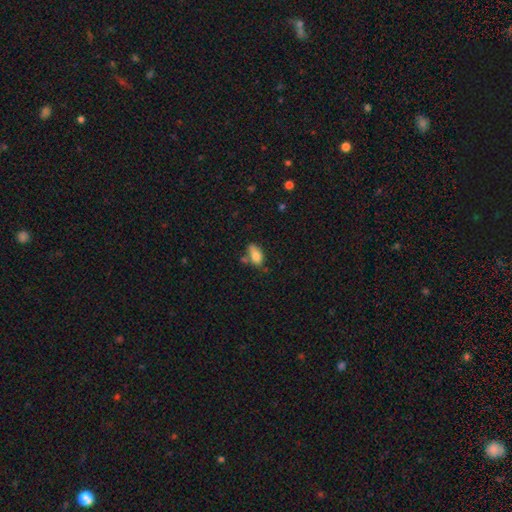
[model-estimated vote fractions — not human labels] A smooth galaxy with no disk features (79%) that is in between round and cigar-shaped (87%).

Vote fractions:
- Smooth or featured? smooth: 79% / featured or disk: 12% / star or artifact: 9%
- How rounded? in between: 87% / round: 6% / cigar-shaped: 6%
- Merging? none: 50% / minor disturbance: 26% / merger: 16% / major disturbance: 8%